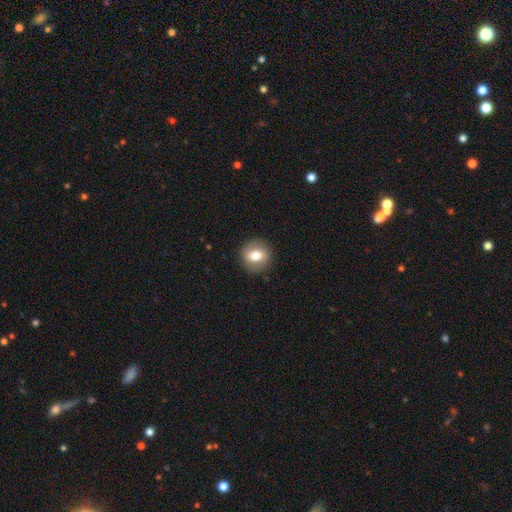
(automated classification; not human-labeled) Smooth or featured? Predicted: smooth (p=0.68). How rounded? Predicted: round (p=0.82). Merging? Predicted: none (p=0.88).